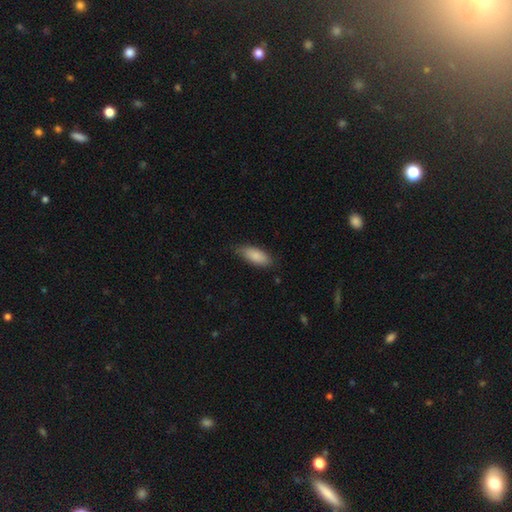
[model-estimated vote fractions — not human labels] smooth 86%, featured or disk 8%, star or artifact 6%. Down the decision tree: how rounded — in between (80%); merging — none (75%).